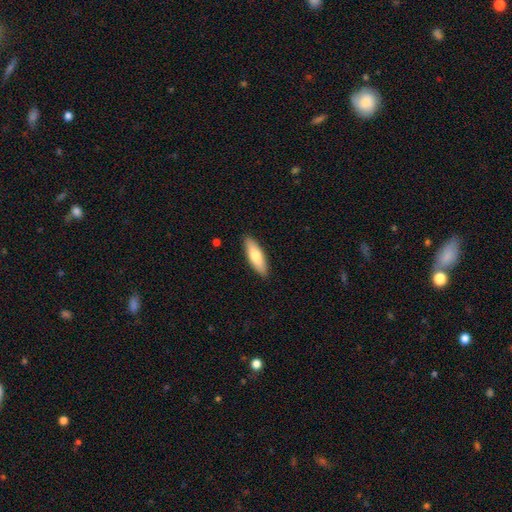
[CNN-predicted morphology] Smooth or featured: smooth — 72% (featured or disk — 23%)
How rounded: in between — 53% (cigar-shaped — 45%)
Merging: none — 89% (minor disturbance — 8%)